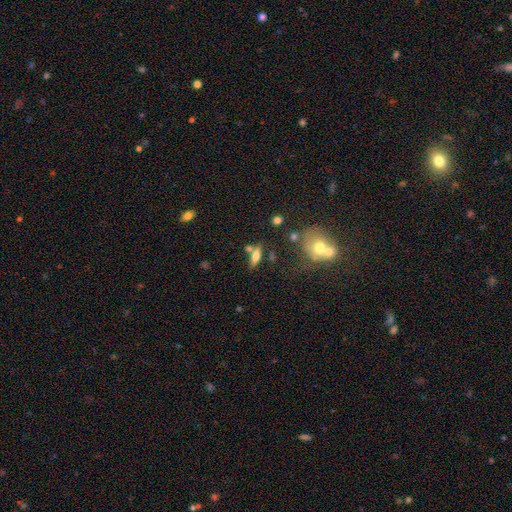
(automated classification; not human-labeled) This is possibly a smooth galaxy (57%). How rounded: possibly in between (55%). Merging: likely none (62%).